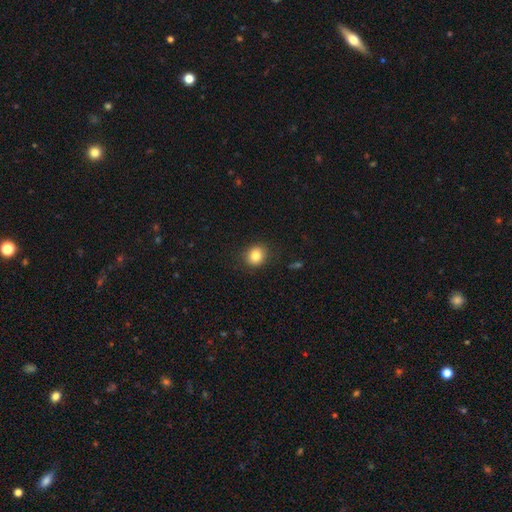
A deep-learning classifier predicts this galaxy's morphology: This appears to be a smooth galaxy with no disk features (83%) that is round (77%). Merging: none (88%).